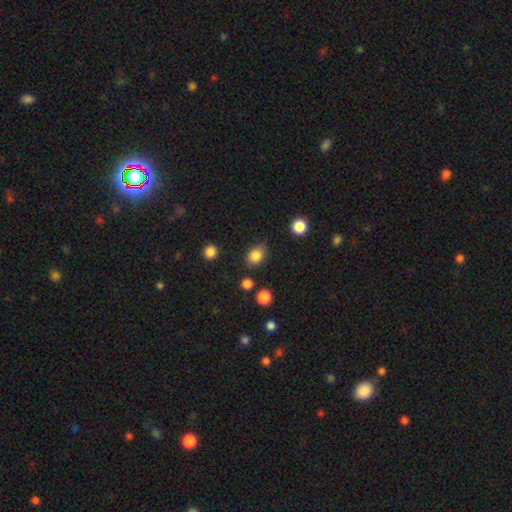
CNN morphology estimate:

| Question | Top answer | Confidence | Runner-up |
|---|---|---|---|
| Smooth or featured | smooth | 84% | star or artifact (10%) |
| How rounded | in between | 56% | round (43%) |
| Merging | none | 78% | minor disturbance (15%) |